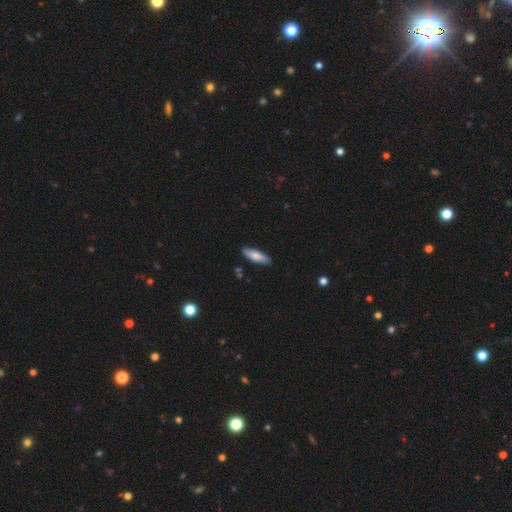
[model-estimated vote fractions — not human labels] This appears to be a smooth galaxy with no disk features (78%) that is cigar-shaped (50%). Merging: none (86%).